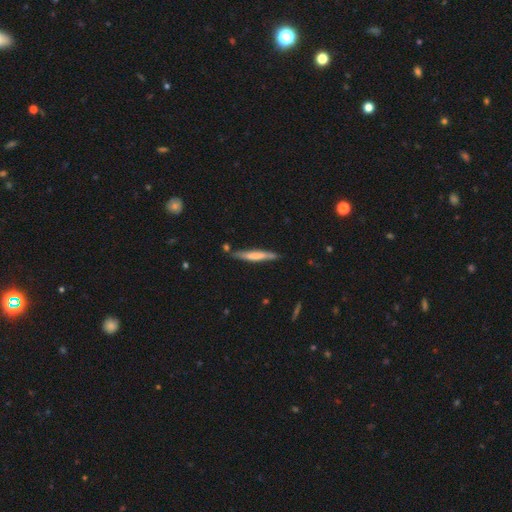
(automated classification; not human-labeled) A smooth galaxy with no disk features (58%) that is cigar-shaped (93%). Merging: none (80%).